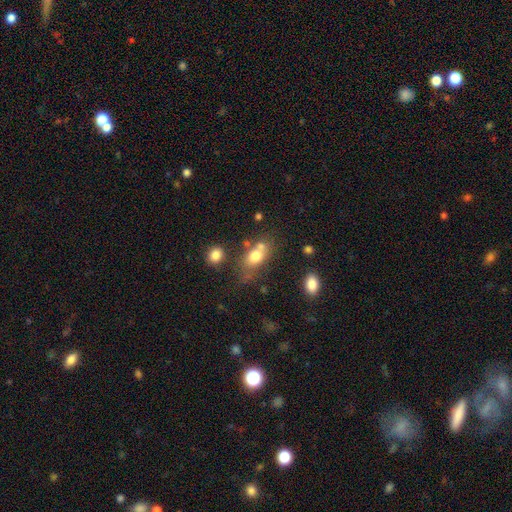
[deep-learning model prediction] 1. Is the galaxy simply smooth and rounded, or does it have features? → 73% smooth, 16% featured or disk, 10% star or artifact.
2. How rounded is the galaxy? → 73% in between, 22% round, 6% cigar-shaped.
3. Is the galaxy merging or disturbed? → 45% none, 27% merger, 19% minor disturbance, 9% major disturbance.